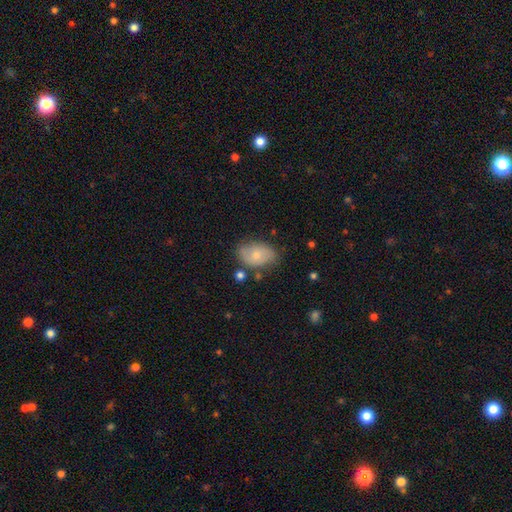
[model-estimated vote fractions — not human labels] Q: Smooth or featured?
A: smooth (65%); runner-up: featured or disk (28%)
Q: How rounded?
A: in between (86%); runner-up: round (13%)
Q: Merging?
A: none (70%); runner-up: minor disturbance (21%)